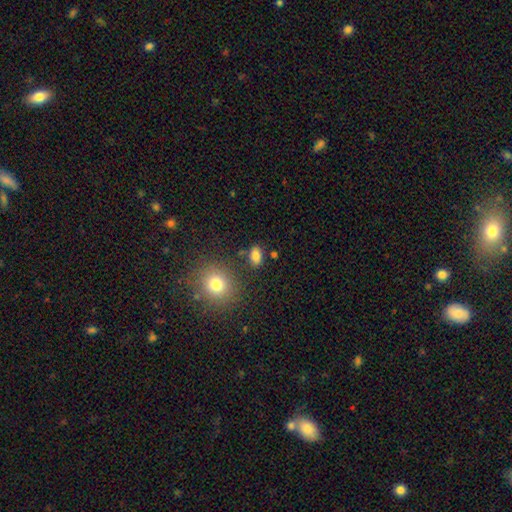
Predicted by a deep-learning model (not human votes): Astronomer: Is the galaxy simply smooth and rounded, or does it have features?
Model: smooth — 82%.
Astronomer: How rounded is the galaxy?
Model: in between — 81%.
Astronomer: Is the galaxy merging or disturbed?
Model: none — 80%.